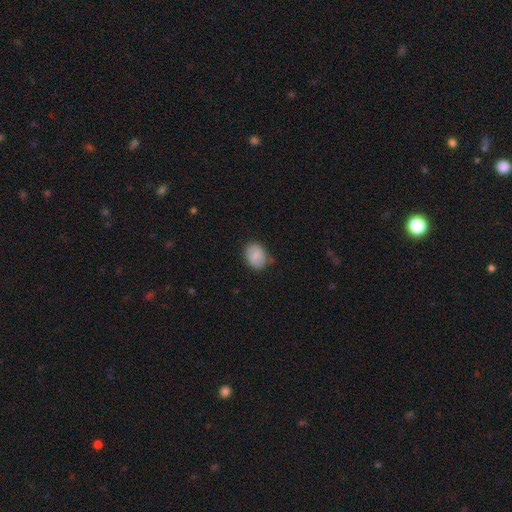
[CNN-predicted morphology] A smooth galaxy with no disk features (82%) that is in between round and cigar-shaped (56%). Merging: none (75%).